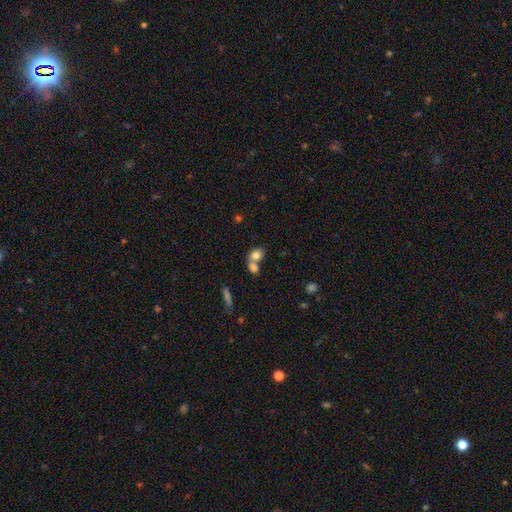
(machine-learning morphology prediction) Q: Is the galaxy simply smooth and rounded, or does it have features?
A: smooth — 79%.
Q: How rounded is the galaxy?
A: in between — 50%.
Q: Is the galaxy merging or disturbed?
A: merger — 57%.